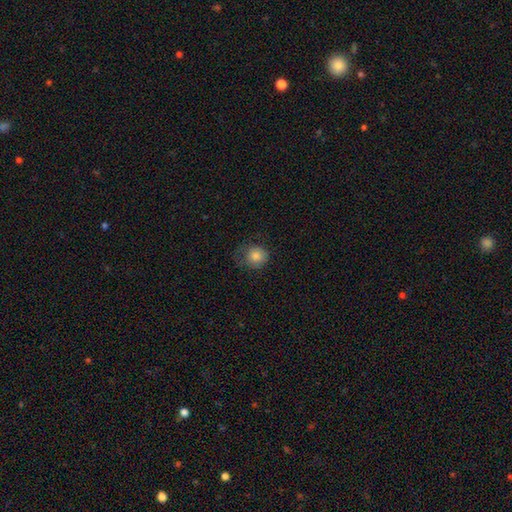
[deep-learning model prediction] This is likely a smooth galaxy (80%). How rounded: clearly round (86%). Merging: likely none (62%).